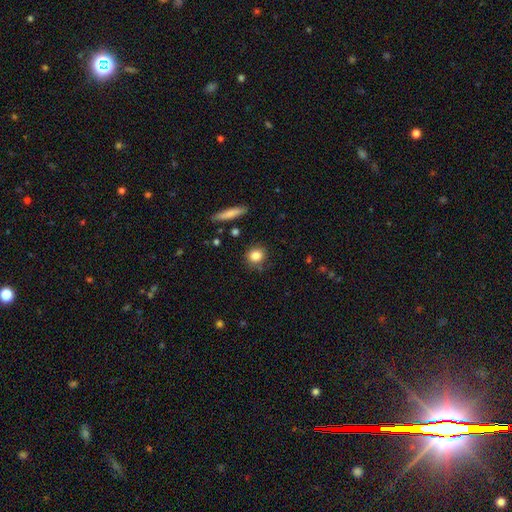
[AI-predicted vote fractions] Smooth or featured?
  - smooth: 84% *
  - star or artifact: 9%
  - featured or disk: 7%
How rounded?
  - round: 77% *
  - in between: 21%
  - cigar-shaped: 3%
Merging?
  - none: 82% *
  - minor disturbance: 12%
  - major disturbance: 3%
  - merger: 3%